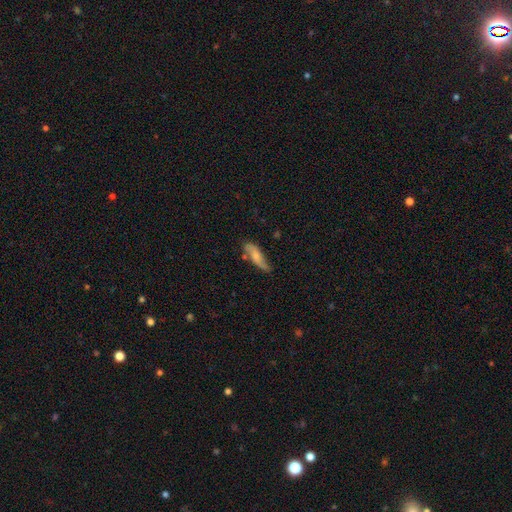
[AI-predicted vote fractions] smooth-or-featured: smooth: 53% | featured or disk: 41% | star or artifact: 6%
  how-rounded: in between: 53% | cigar-shaped: 45% | round: 3%
  merging: none: 60% | minor disturbance: 27% | major disturbance: 7% | merger: 6%